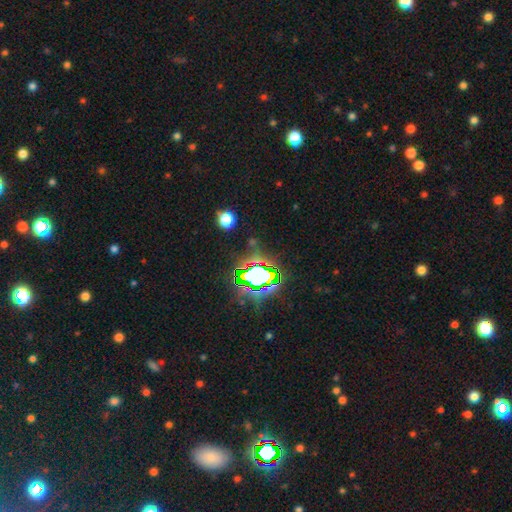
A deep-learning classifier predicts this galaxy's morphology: Smooth or featured?
  - star or artifact: 82% *
  - smooth: 10%
  - featured or disk: 7%